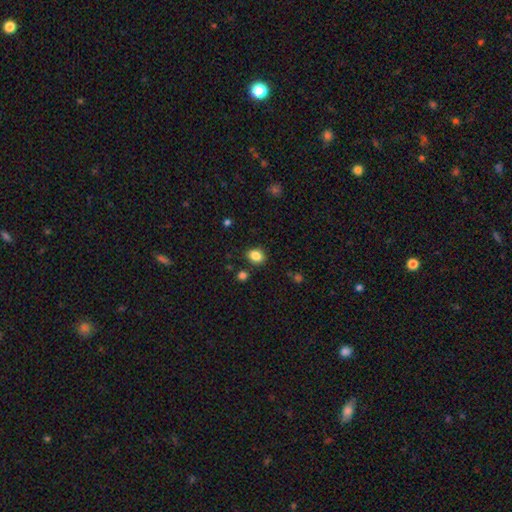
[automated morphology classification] Smooth or featured? Predicted: smooth (p=0.85). How rounded? Predicted: in between (p=0.56). Merging? Predicted: none (p=0.85).